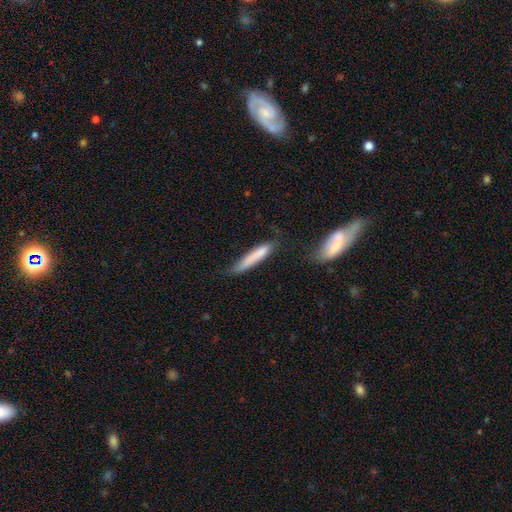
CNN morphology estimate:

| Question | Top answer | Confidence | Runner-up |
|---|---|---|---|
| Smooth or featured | smooth | 78% | featured or disk (16%) |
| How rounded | cigar-shaped | 90% | in between (8%) |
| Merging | none | 59% | minor disturbance (28%) |